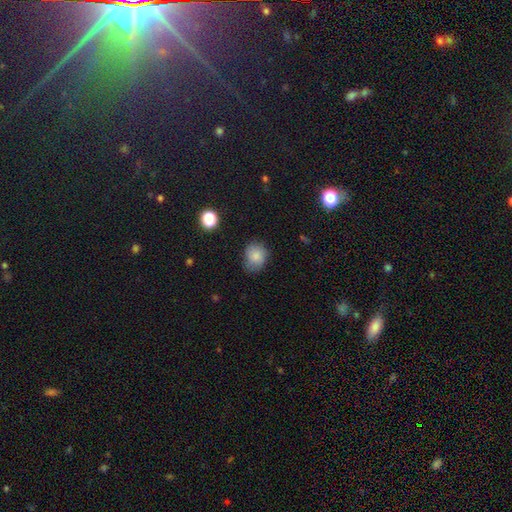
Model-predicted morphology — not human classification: The model was most divided on "how rounded": round: 59%, in between: 40%, cigar-shaped: 1%. More confident: smooth or featured — smooth (82%); merging — none (66%).